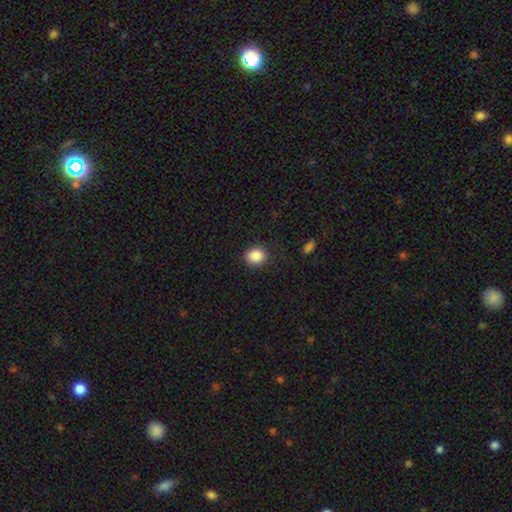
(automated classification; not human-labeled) This is clearly a smooth galaxy (88%). How rounded: likely round (70%). Merging: clearly none (85%).